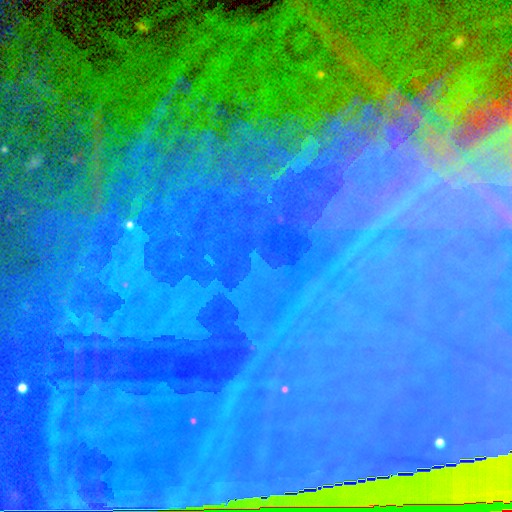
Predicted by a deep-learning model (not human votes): star or artifact 80%, featured or disk 11%, smooth 9%.